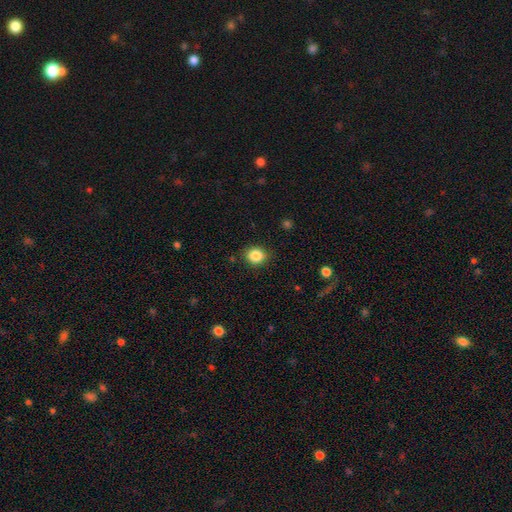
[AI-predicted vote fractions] Smooth or featured: smooth — 85% (star or artifact — 10%)
How rounded: round — 73% (in between — 26%)
Merging: none — 86% (minor disturbance — 10%)